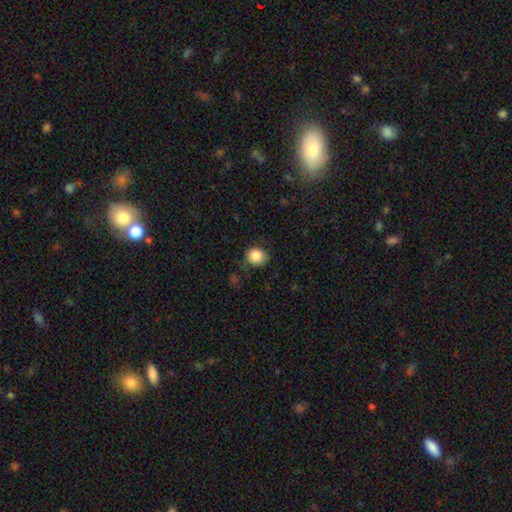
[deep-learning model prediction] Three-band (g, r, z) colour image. It shows a smooth galaxy with no disk features (86%) that is round (77%). Merging: none (77%).